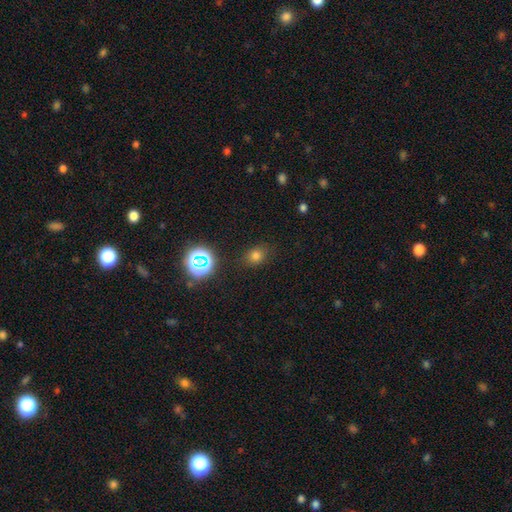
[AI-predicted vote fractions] A smooth galaxy with no disk features (71%) that is round (55%).

Vote fractions:
- Smooth or featured? smooth: 71% / star or artifact: 21% / featured or disk: 7%
- How rounded? round: 55% / in between: 44% / cigar-shaped: 1%
- Merging? none: 82% / minor disturbance: 12% / major disturbance: 4% / merger: 2%